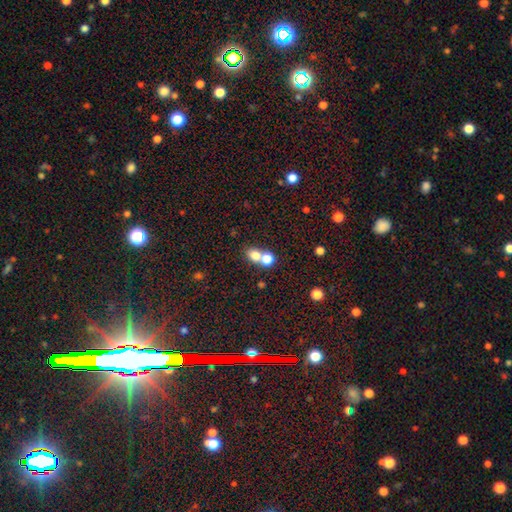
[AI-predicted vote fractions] smooth_or_featured: smooth (p=0.77) [alt: star or artifact p=0.13]
how_rounded: round (p=0.63) [alt: in between p=0.36]
merging: merger (p=0.53) [alt: none p=0.38]